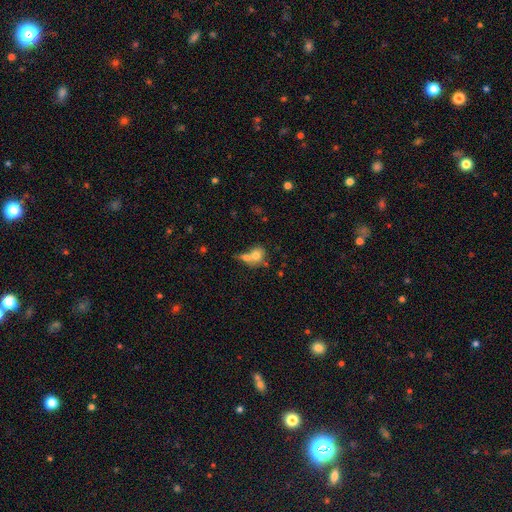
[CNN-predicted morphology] Smooth or featured: smooth — 73% (featured or disk — 18%)
How rounded: round — 68% (in between — 31%)
Merging: merger — 58% (none — 28%)